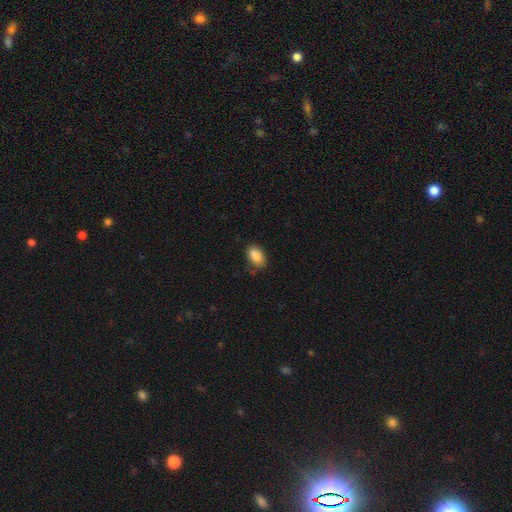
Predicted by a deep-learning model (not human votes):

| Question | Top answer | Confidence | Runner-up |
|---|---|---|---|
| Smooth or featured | smooth | 88% | star or artifact (7%) |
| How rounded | in between | 90% | round (8%) |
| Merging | none | 79% | minor disturbance (16%) |